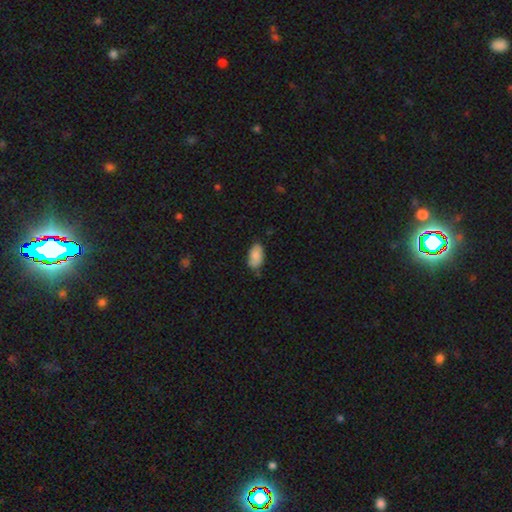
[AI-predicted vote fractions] smooth_or_featured: smooth (p=0.84) [alt: featured or disk p=0.09]
how_rounded: in between (p=0.94) [alt: round p=0.03]
merging: none (p=0.74) [alt: minor disturbance p=0.21]